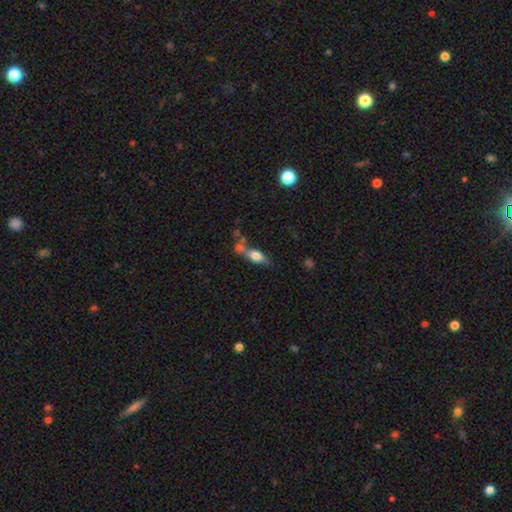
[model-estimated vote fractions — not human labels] Q: Smooth or featured?
A: smooth (61%); runner-up: featured or disk (30%)
Q: How rounded?
A: in between (64%); runner-up: cigar-shaped (27%)
Q: Merging?
A: none (40%); runner-up: merger (38%)